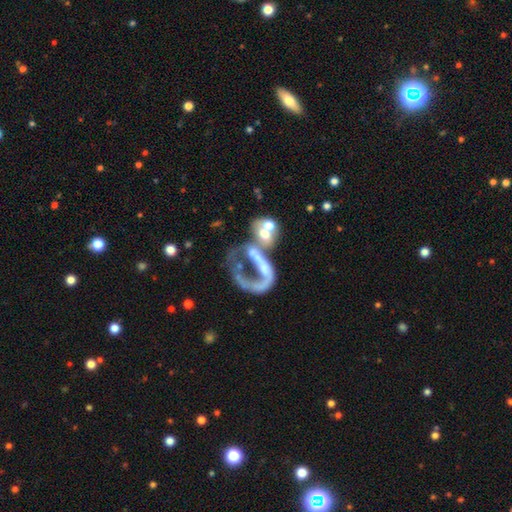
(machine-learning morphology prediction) This is likely a featured or disk galaxy (63%). It is clearly not viewed edge-on (96%). Bar: likely no (72%). Spiral arm pattern: likely no (71%). Central bulge: possibly none (50%). Merging: possibly merger (48%).